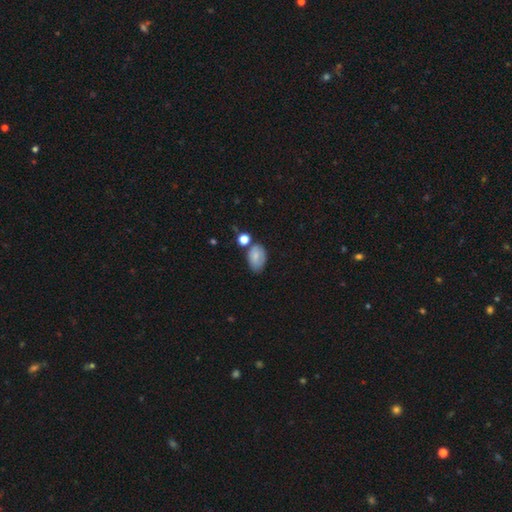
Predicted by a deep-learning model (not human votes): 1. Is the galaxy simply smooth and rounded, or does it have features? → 76% smooth, 15% featured or disk, 9% star or artifact.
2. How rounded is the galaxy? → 87% in between, 12% round, 1% cigar-shaped.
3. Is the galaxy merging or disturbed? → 56% none, 26% minor disturbance, 12% merger, 6% major disturbance.